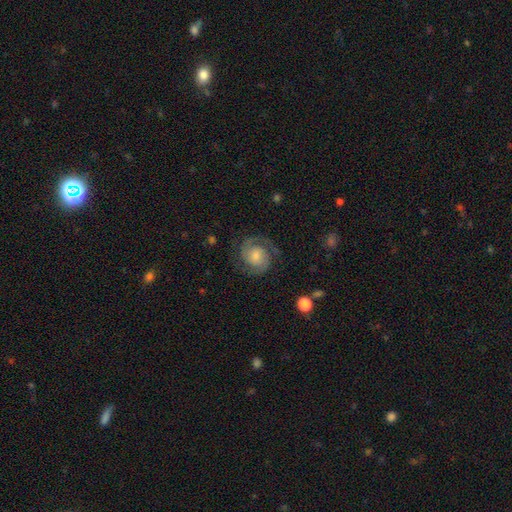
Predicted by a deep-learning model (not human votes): Morphology: type=featured or disk (82%); edge-on=no (98%); bar=no (59%); spiral arms=yes (97%); winding=tight (45%); arm count=2 (90%); bulge=small (40%); merging=none (78%).